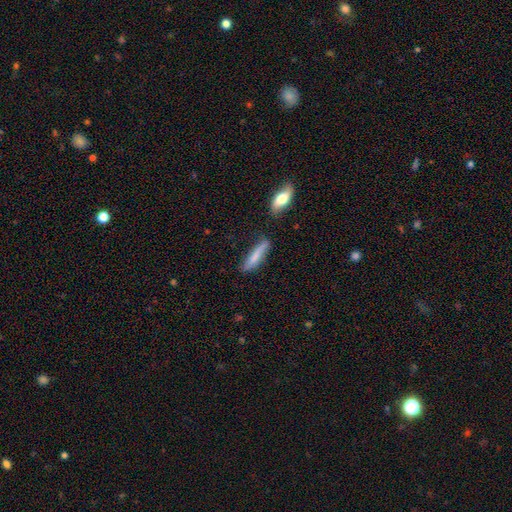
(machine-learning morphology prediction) A smooth galaxy with no disk features (74%) that is cigar-shaped (81%).

Vote fractions:
- Smooth or featured? smooth: 74% / featured or disk: 20% / star or artifact: 6%
- How rounded? cigar-shaped: 81% / in between: 17% / round: 2%
- Merging? none: 68% / minor disturbance: 20% / merger: 7% / major disturbance: 5%